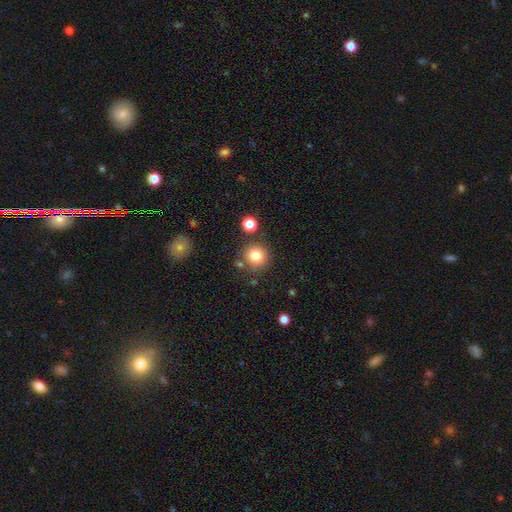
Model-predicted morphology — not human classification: This is clearly a smooth galaxy (81%). How rounded: clearly round (92%). Merging: clearly none (80%).